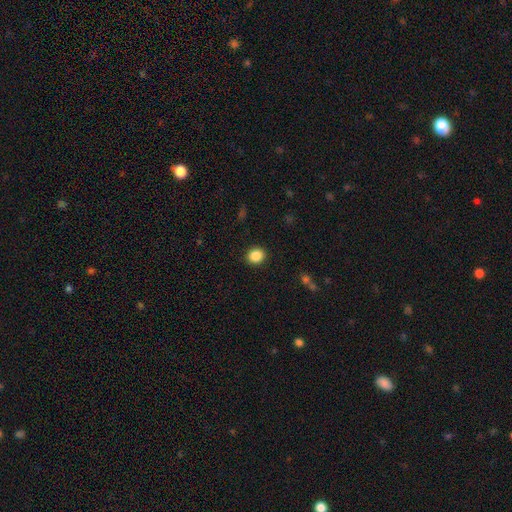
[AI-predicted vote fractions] smooth 87%, star or artifact 10%, featured or disk 4%. Down the decision tree: how rounded — round (81%); merging — none (91%).